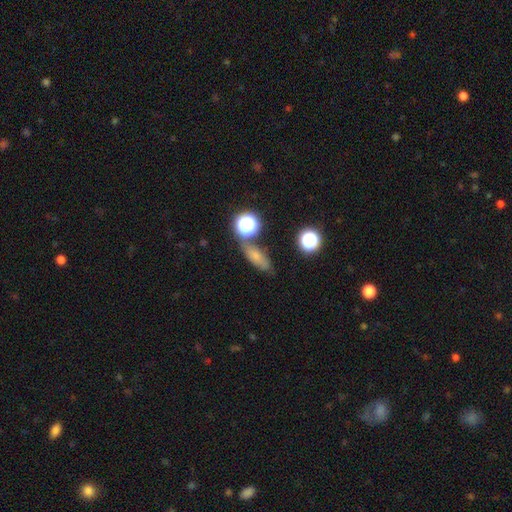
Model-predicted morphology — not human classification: Smooth or featured: smooth — 63% (featured or disk — 19%)
How rounded: in between — 55% (cigar-shaped — 27%)
Merging: none — 66% (minor disturbance — 17%)